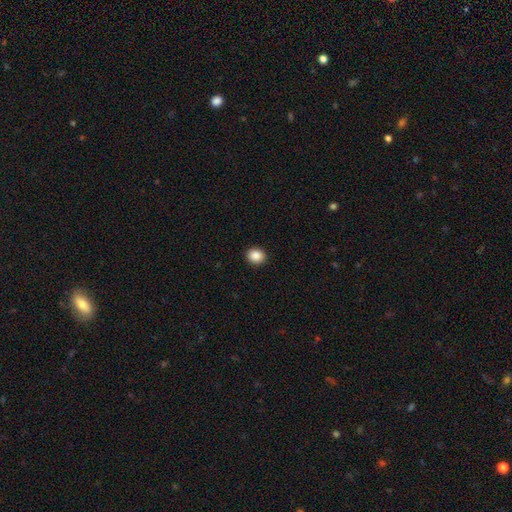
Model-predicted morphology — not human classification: Smooth or featured? Predicted: smooth (p=0.88). How rounded? Predicted: round (p=0.69). Merging? Predicted: none (p=0.92).